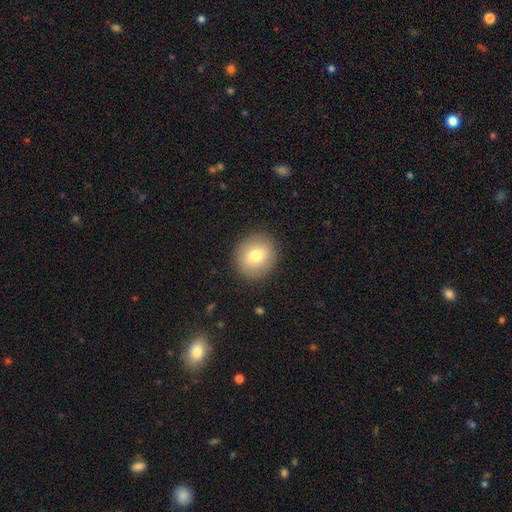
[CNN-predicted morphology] Smooth or featured?
  - smooth: 74% *
  - featured or disk: 17%
  - star or artifact: 9%
How rounded?
  - round: 79% *
  - in between: 20%
  - cigar-shaped: 1%
Merging?
  - none: 88% *
  - minor disturbance: 8%
  - major disturbance: 3%
  - merger: 1%